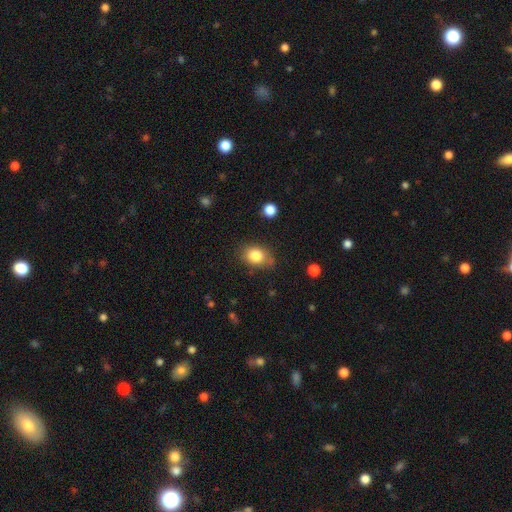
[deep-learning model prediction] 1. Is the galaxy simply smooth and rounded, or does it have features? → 82% smooth, 9% star or artifact, 9% featured or disk.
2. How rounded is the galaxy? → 62% in between, 37% round, 1% cigar-shaped.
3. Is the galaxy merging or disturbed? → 72% none, 21% minor disturbance, 5% major disturbance, 3% merger.